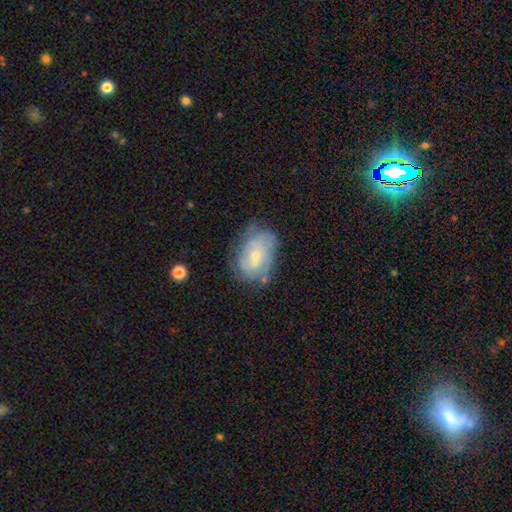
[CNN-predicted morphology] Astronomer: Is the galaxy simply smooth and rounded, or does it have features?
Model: featured or disk — 58% (runner-up: smooth, 35%).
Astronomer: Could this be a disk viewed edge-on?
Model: no — 97%.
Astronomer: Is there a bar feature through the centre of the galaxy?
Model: no — 74%.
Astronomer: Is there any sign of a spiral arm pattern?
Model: yes — 66%.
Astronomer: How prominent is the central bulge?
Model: small — 67%.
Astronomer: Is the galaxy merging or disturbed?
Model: none — 55%.